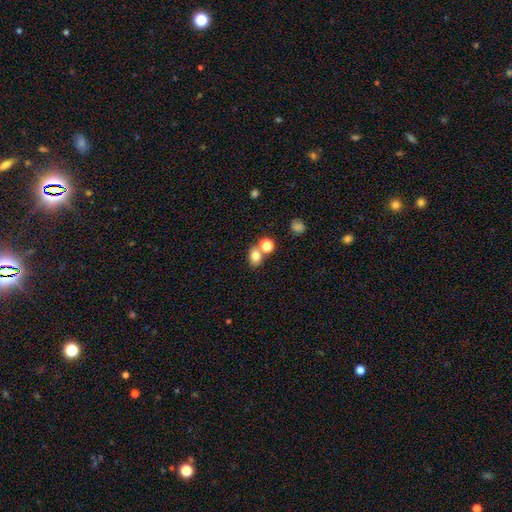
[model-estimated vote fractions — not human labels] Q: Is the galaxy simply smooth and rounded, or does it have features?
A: smooth — 78%.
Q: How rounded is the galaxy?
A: in between — 50%.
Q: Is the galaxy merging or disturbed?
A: none — 56%.